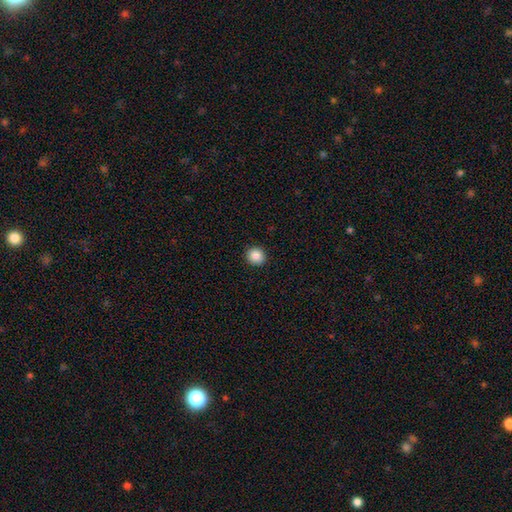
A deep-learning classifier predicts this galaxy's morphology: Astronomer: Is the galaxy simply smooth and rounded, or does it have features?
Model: smooth — 88%.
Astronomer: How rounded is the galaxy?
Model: round — 90%.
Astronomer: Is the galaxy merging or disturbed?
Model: none — 93%.